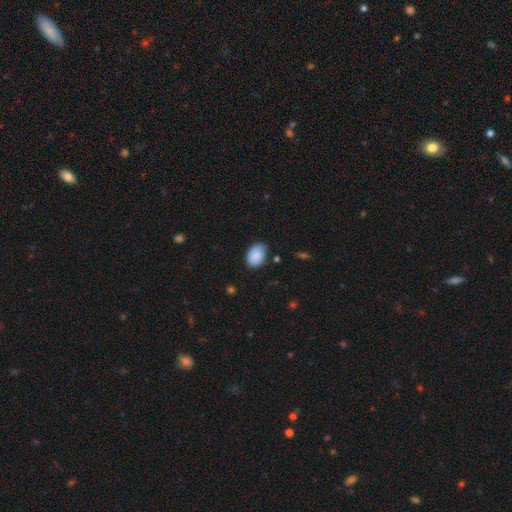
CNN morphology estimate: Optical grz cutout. It shows a smooth galaxy with no disk features (89%) that is in between round and cigar-shaped (84%). Merging: none (74%).